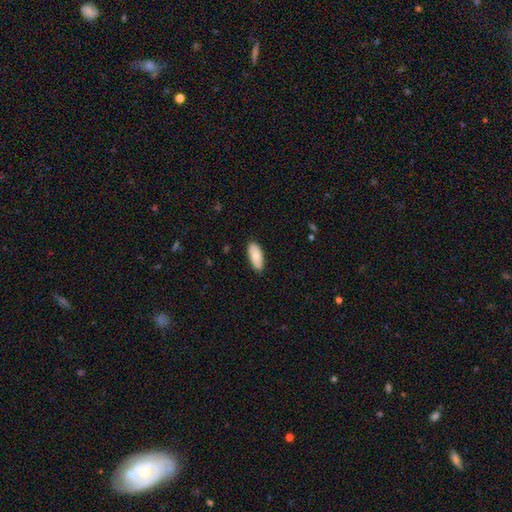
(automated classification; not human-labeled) Q: Smooth or featured?
A: smooth (79%); runner-up: featured or disk (15%)
Q: How rounded?
A: in between (85%); runner-up: cigar-shaped (13%)
Q: Merging?
A: none (86%); runner-up: minor disturbance (11%)